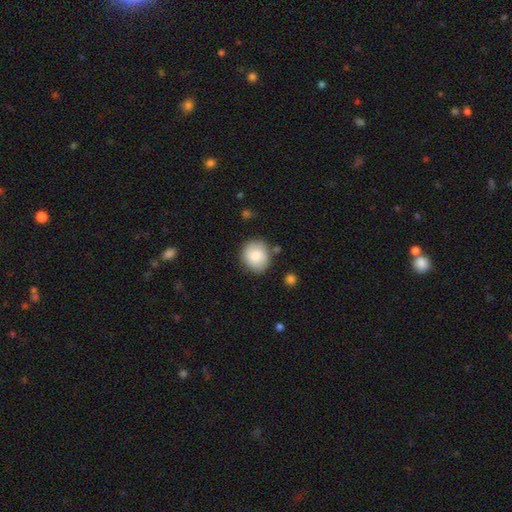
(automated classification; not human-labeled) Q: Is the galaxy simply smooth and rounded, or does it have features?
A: smooth — 78%.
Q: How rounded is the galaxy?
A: round — 77%.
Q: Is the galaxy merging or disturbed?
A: none — 80%.